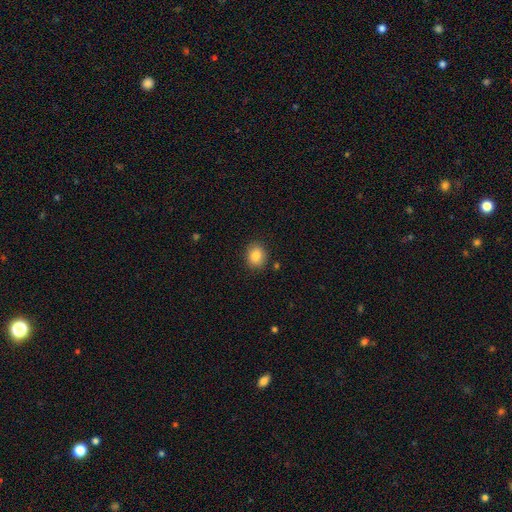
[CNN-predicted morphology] Overall: smooth (85%). How rounded: round (55%; in between 44%). Merging: none (85%).